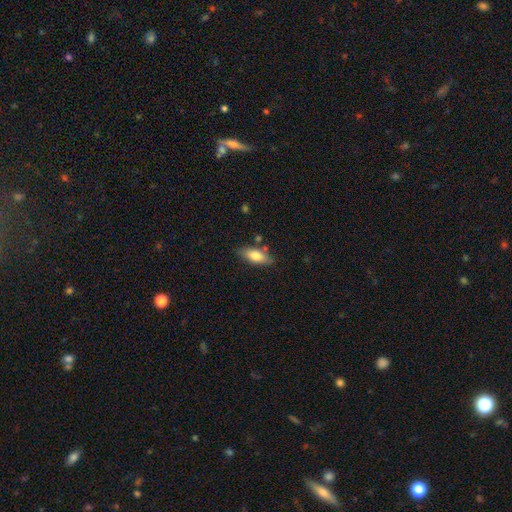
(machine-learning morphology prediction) This appears to be a smooth galaxy with no disk features (76%) that is in between round and cigar-shaped (80%). Merging: none (76%).